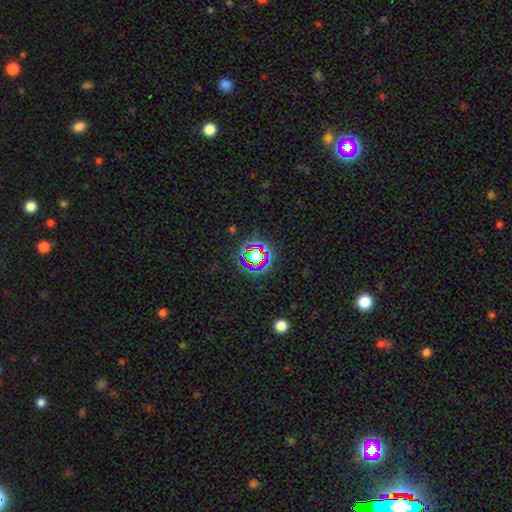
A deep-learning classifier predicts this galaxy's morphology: Q: Smooth or featured?
A: star or artifact (65%); runner-up: smooth (23%)